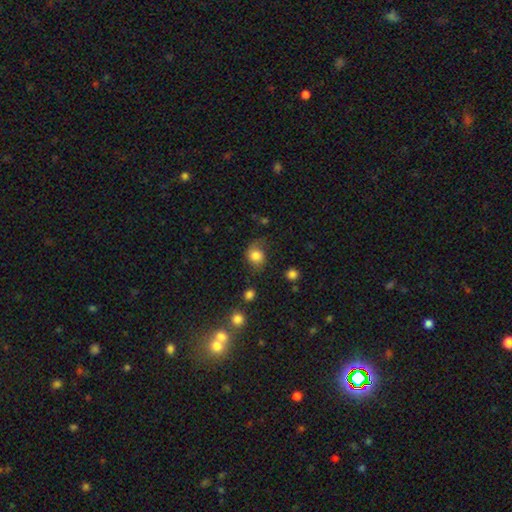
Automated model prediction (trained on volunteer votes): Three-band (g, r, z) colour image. It shows a smooth galaxy with no disk features (79%) that is round (67%). Merging: none (59%).